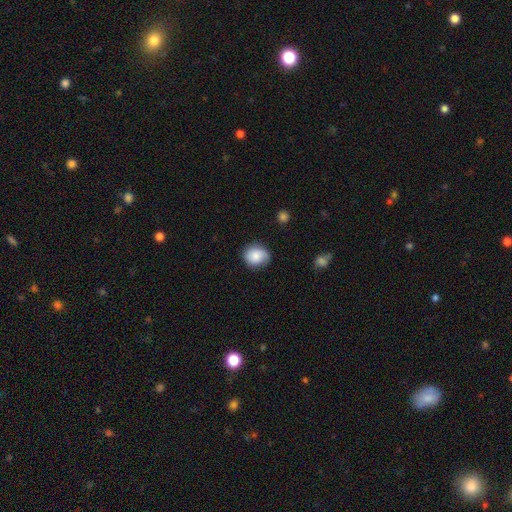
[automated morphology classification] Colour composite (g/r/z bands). It shows a smooth galaxy with no disk features (75%) that is round (76%). Merging: none (73%).